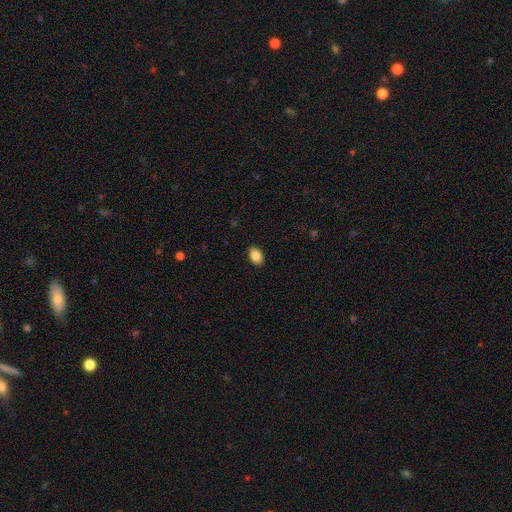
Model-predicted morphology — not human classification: type=smooth (88%); roundness=in between (83%); merging=none (89%).